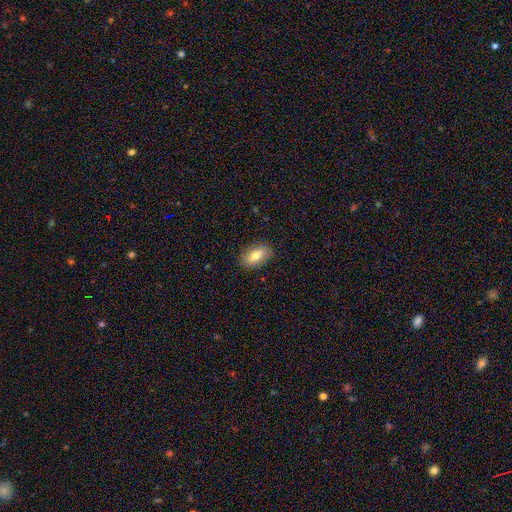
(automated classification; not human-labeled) Smooth or featured? Predicted: smooth (p=0.73). How rounded? Predicted: in between (p=0.89). Merging? Predicted: none (p=0.86).